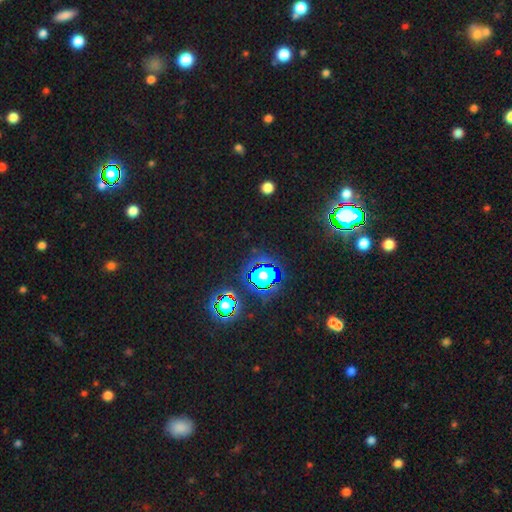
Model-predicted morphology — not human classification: smooth_or_featured: star or artifact (p=0.80) [alt: smooth p=0.13]